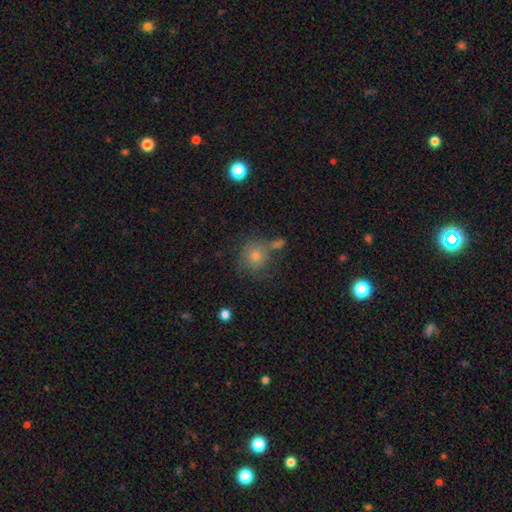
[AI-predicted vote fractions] Overall: smooth (68%). How rounded: round (90%). Merging: none (67%).